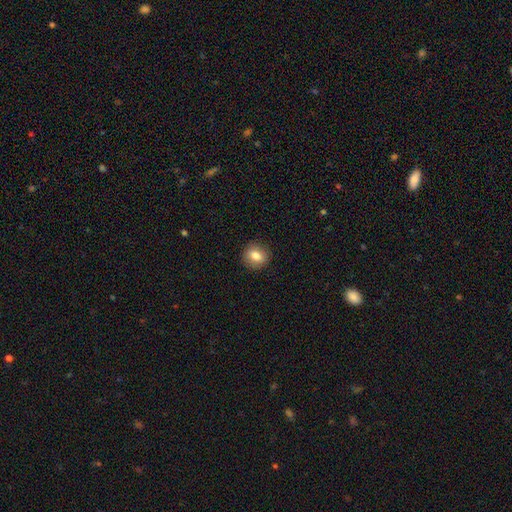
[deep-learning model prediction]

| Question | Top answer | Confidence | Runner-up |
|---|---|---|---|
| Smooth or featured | smooth | 80% | featured or disk (11%) |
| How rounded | round | 75% | in between (24%) |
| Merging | none | 89% | minor disturbance (8%) |